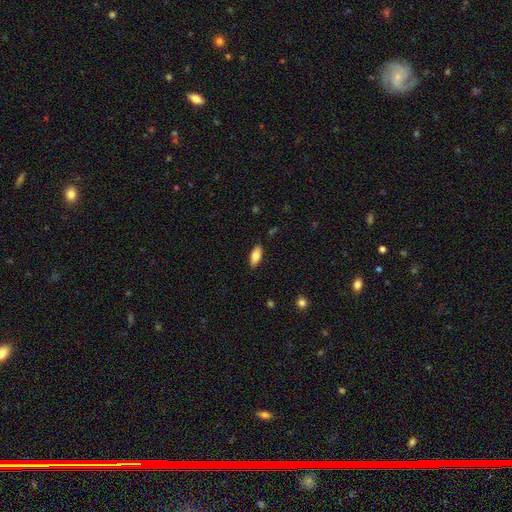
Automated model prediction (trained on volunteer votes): Morphology: type=smooth (79%); roundness=in between (85%); merging=none (87%).